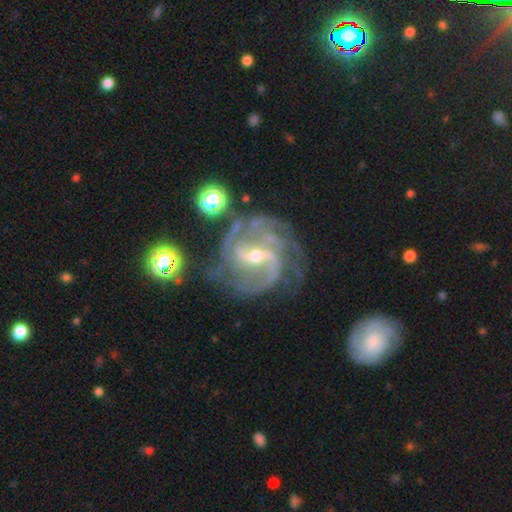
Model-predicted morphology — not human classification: The model was most divided on "bar": weak: 46%, strong: 40%, no: 15%. Remaining: spiral arms — yes (98%); edge-on disk — no (98%); smooth or featured — featured or disk (91%); merging — none (64%); bulge size — small (58%); spiral winding — medium (52%); spiral arm count — 2 (39%).